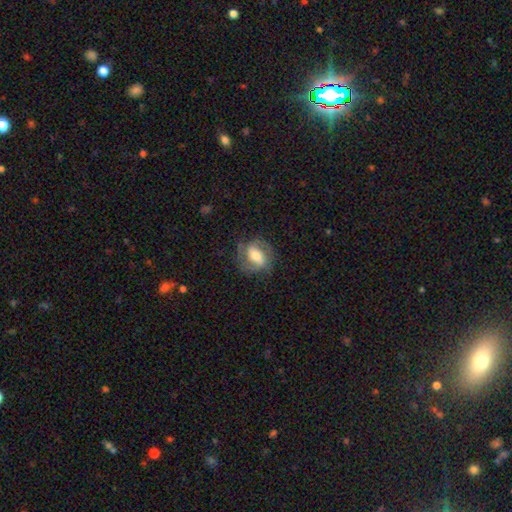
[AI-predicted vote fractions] Overall: featured or disk (65%; smooth 28%). Edge-on disk: no (95%). Bar: weak (39%; strong 37%). Spiral arms: yes (85%). Spiral arm count: 2 (82%). Spiral winding: medium (46%; tight 30%). Bulge size: moderate (58%; small 20%). Merging: none (71%).